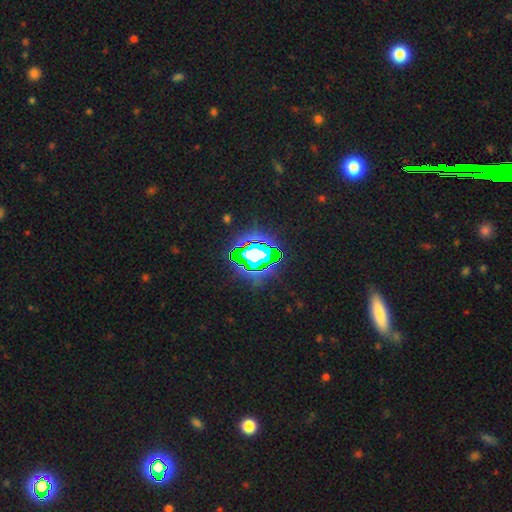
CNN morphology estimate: type=star or artifact (74%).